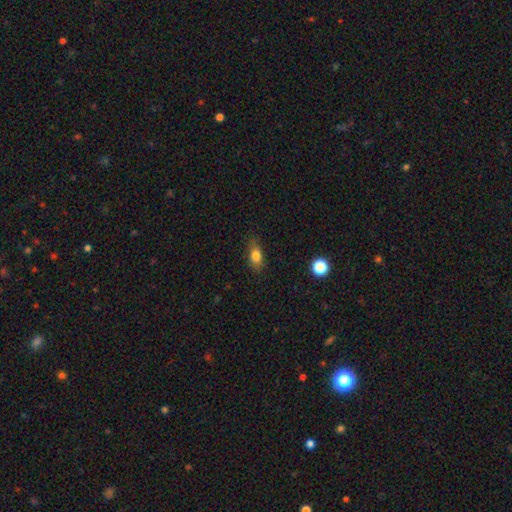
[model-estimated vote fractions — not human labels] smooth-or-featured: smooth: 79% | featured or disk: 12% | star or artifact: 10%
  how-rounded: in between: 78% | round: 12% | cigar-shaped: 10%
  merging: none: 80% | minor disturbance: 15% | major disturbance: 4% | merger: 1%